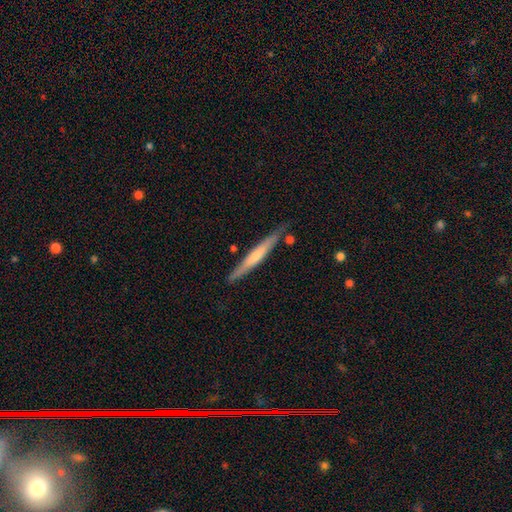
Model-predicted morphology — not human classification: Overall: featured or disk (50%; smooth 45%). Merging: none (82%).